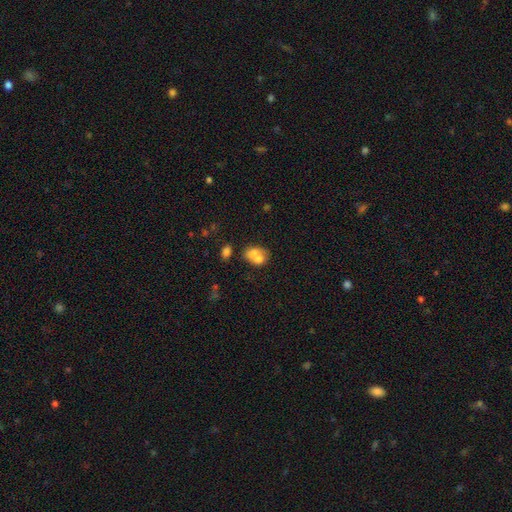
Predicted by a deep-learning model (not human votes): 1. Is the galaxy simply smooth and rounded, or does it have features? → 66% smooth, 24% featured or disk, 10% star or artifact.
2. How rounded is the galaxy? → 57% in between, 42% round, 1% cigar-shaped.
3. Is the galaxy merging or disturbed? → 65% merger, 22% none, 8% minor disturbance, 5% major disturbance.